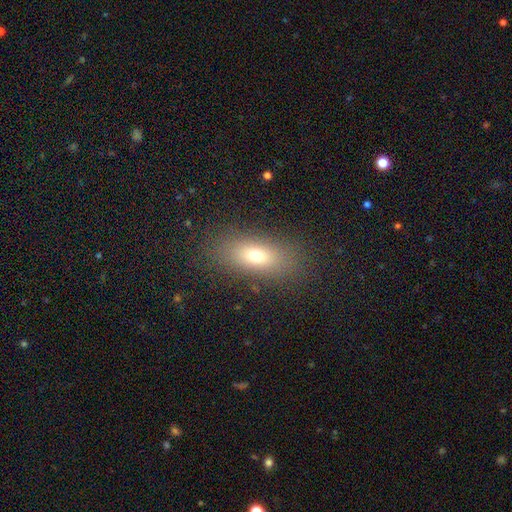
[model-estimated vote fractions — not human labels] smooth 70%, featured or disk 17%, star or artifact 14%. Down the decision tree: how rounded — in between (76%); merging — none (85%).